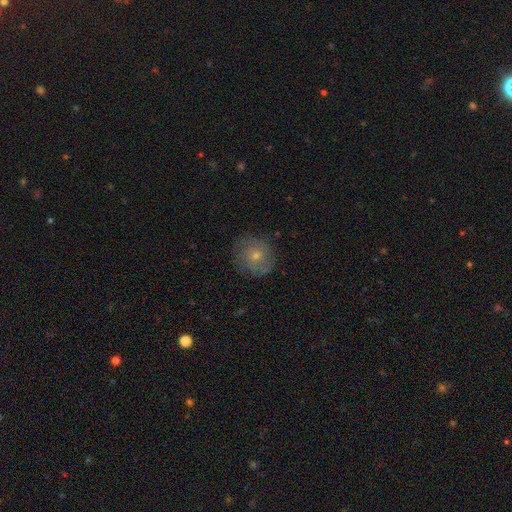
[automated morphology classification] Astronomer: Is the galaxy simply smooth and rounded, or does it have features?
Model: smooth — 52% (runner-up: featured or disk, 33%).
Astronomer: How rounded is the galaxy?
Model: round — 88%.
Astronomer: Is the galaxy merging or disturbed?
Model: none — 81%.